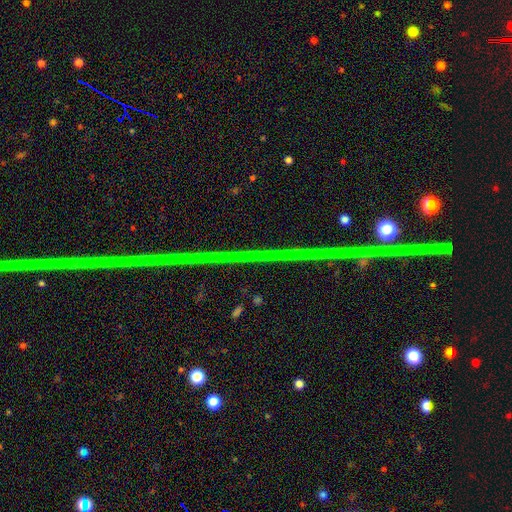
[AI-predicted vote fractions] Morphology: type=star or artifact (86%).